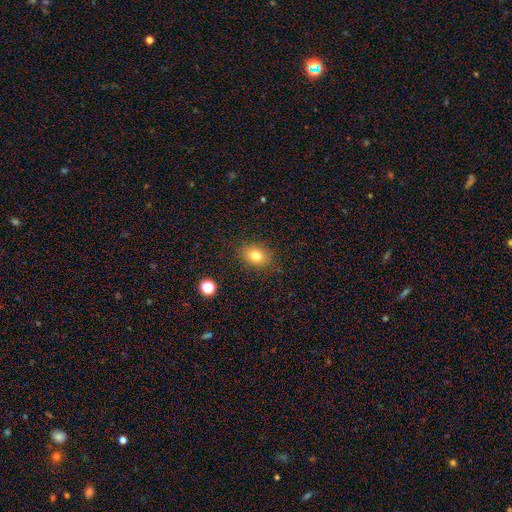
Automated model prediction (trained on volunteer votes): Smooth or featured? Predicted: smooth (p=0.78). How rounded? Predicted: in between (p=0.62). Merging? Predicted: none (p=0.85).